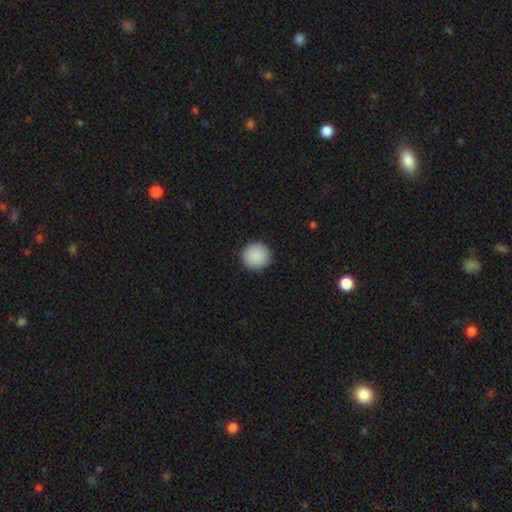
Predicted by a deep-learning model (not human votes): This is clearly a smooth galaxy (89%). How rounded: clearly round (96%). Merging: clearly none (93%).